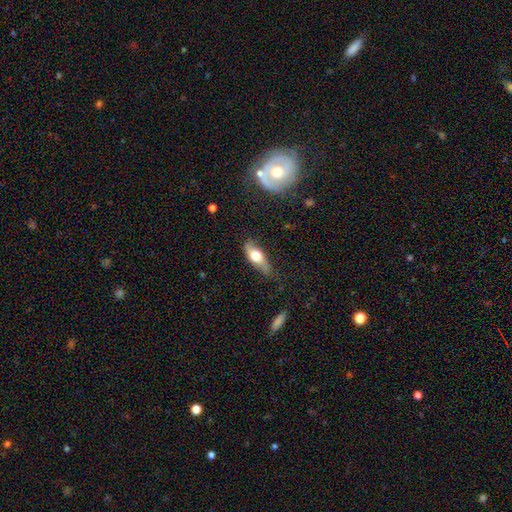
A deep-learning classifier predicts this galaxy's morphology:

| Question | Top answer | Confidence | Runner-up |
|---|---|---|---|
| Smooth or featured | smooth | 58% | featured or disk (36%) |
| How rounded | in between | 68% | cigar-shaped (29%) |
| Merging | none | 69% | minor disturbance (24%) |